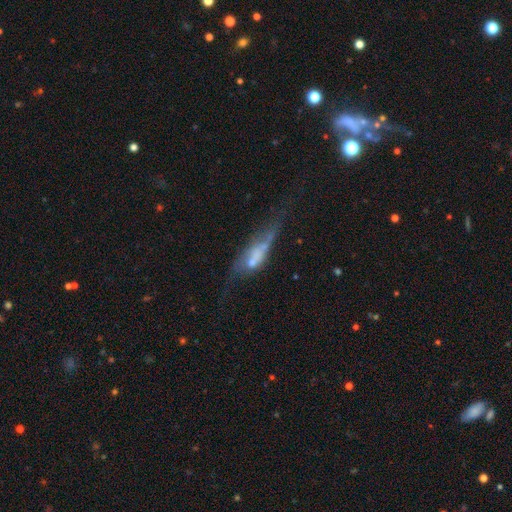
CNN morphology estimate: Smooth or featured?
  - featured or disk: 52% *
  - smooth: 35%
  - star or artifact: 13%
Edge-on disk?
  - no: 51% *
  - yes: 49%
Merging?
  - none: 32% *
  - major disturbance: 31%
  - minor disturbance: 23%
  - merger: 14%